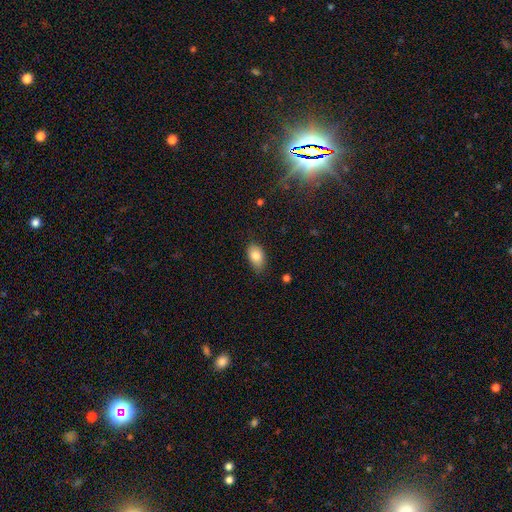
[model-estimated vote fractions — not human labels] Overall: smooth (84%). How rounded: in between (90%). Merging: none (75%).